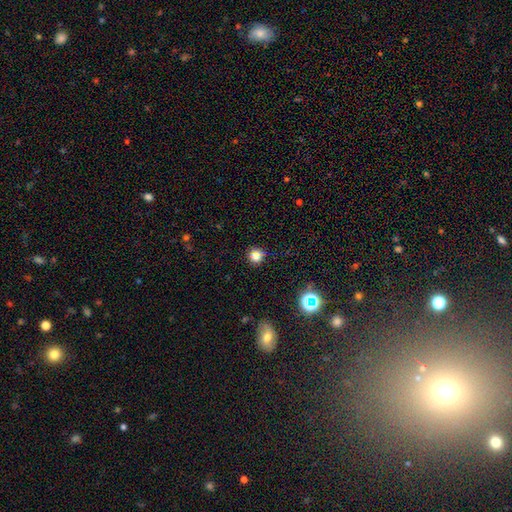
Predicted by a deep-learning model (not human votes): Smooth or featured?
  - smooth: 76% *
  - star or artifact: 18%
  - featured or disk: 7%
How rounded?
  - round: 89% *
  - in between: 10%
  - cigar-shaped: 1%
Merging?
  - none: 83% *
  - minor disturbance: 12%
  - major disturbance: 3%
  - merger: 2%